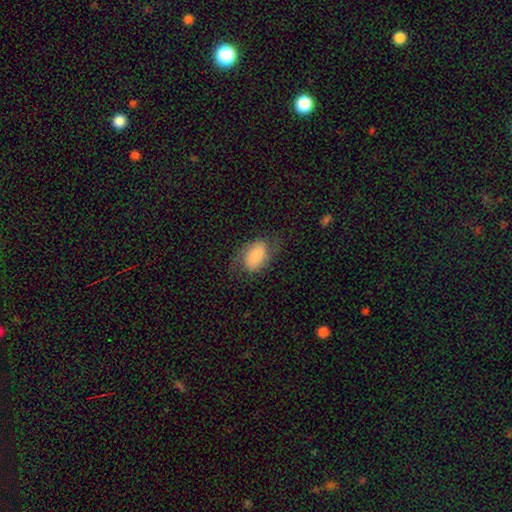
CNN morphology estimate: This appears to be a smooth galaxy with no disk features (58%) that is in between round and cigar-shaped (89%). Merging: none (62%).